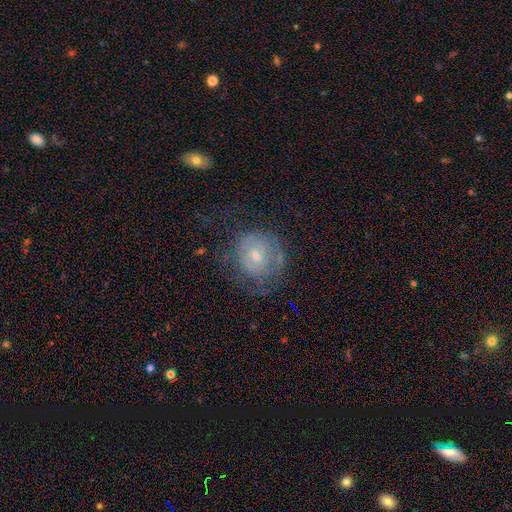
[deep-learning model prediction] smooth_or_featured: featured or disk (p=0.52) [alt: smooth p=0.39]
disk_edge_on: no (p=0.97) [alt: yes p=0.03]
bar: no (p=0.60) [alt: weak p=0.34]
has_spiral_arms: yes (p=0.55) [alt: no p=0.45]
bulge_size: small (p=0.58) [alt: moderate p=0.35]
merging: none (p=0.54) [alt: major disturbance p=0.23]